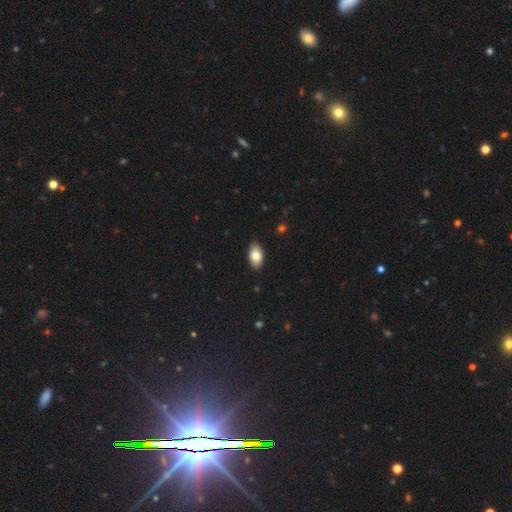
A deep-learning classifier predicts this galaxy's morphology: The model was most divided on "smooth or featured": smooth: 82%, featured or disk: 11%, star or artifact: 7%. More confident: how rounded — in between (94%); merging — none (88%).